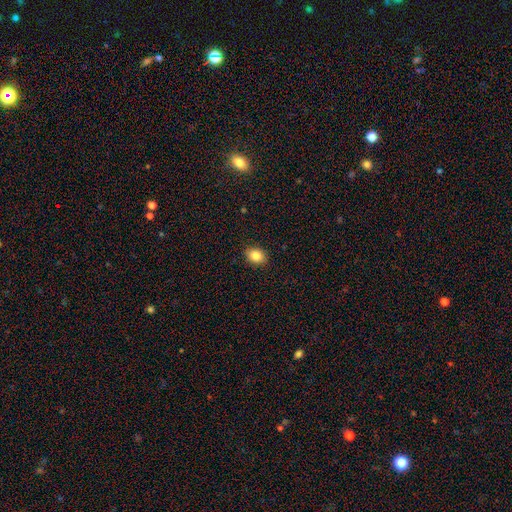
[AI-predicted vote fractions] This is clearly a smooth galaxy (85%). How rounded: possibly in between (59%). Merging: clearly none (90%).